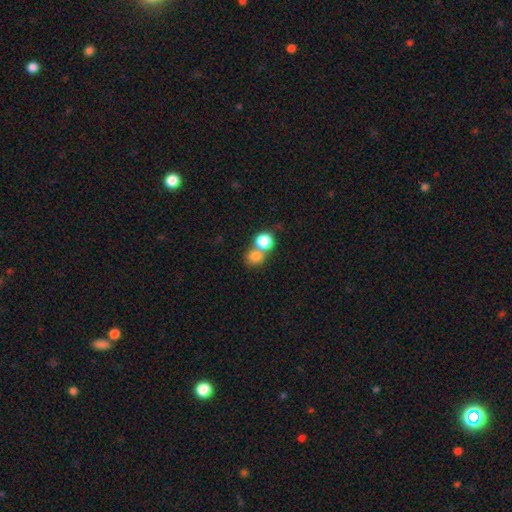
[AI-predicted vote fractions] Overall: smooth (79%). How rounded: round (76%). Merging: merger (52%; none 39%).